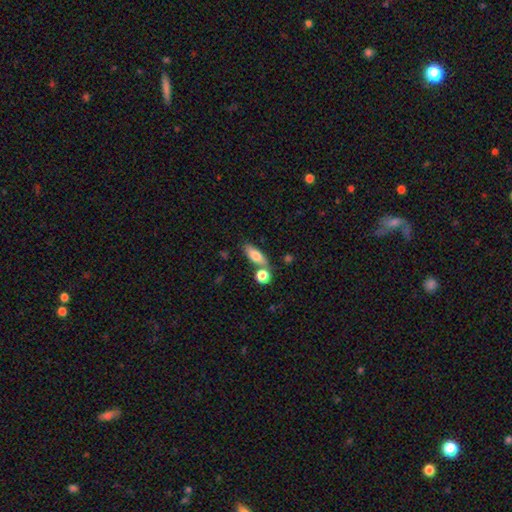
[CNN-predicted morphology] smooth 74%, featured or disk 19%, star or artifact 7%. Down the decision tree: how rounded — in between (67%); merging — none (64%).